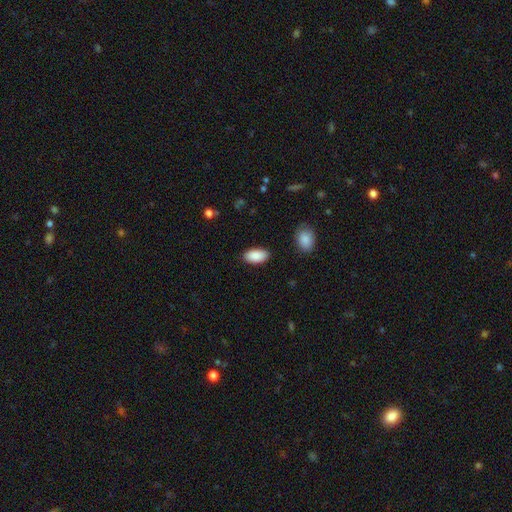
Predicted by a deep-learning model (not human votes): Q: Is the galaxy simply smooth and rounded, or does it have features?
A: smooth — 90%.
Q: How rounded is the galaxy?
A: in between — 95%.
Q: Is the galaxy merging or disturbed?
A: none — 87%.